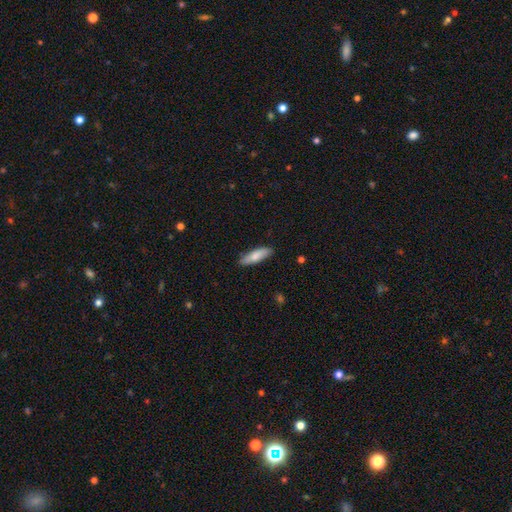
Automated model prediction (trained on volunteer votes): smooth_or_featured: smooth (p=0.80) [alt: featured or disk p=0.15]
how_rounded: cigar-shaped (p=0.54) [alt: in between p=0.44]
merging: none (p=0.86) [alt: minor disturbance p=0.11]